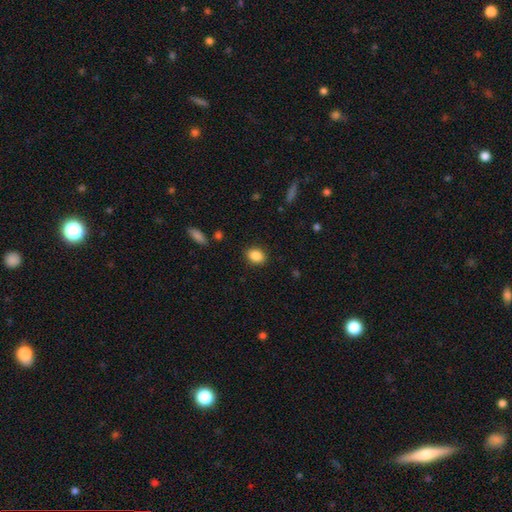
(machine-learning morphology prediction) Overall: smooth (88%). How rounded: in between (70%). Merging: none (88%).